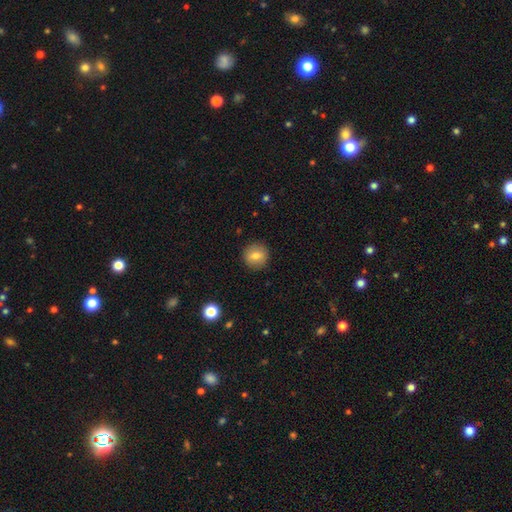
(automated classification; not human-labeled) A smooth galaxy with no disk features (76%) that is round (91%). Merging: none (90%).